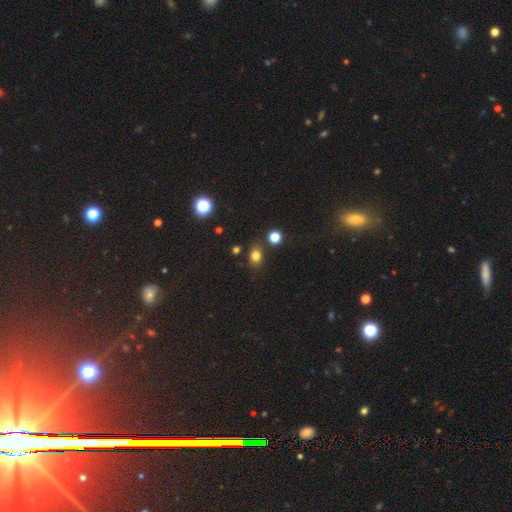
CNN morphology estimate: Smooth or featured? smooth (77%)
How rounded? in between (49%, tied with round)
Merging? none (80%)